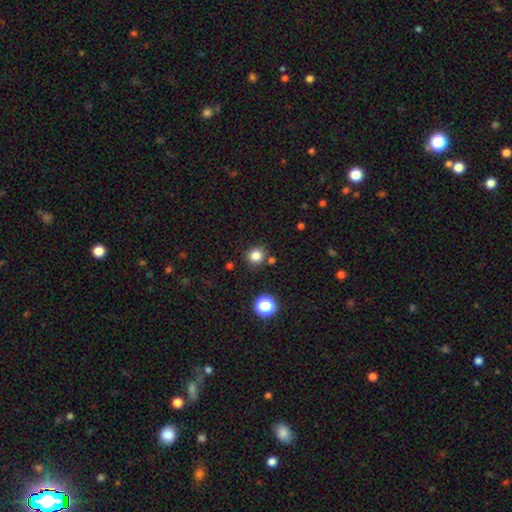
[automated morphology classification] The model was most divided on "smooth or featured": smooth: 81%, star or artifact: 14%, featured or disk: 5%. More confident: how rounded — round (90%); merging — none (84%).